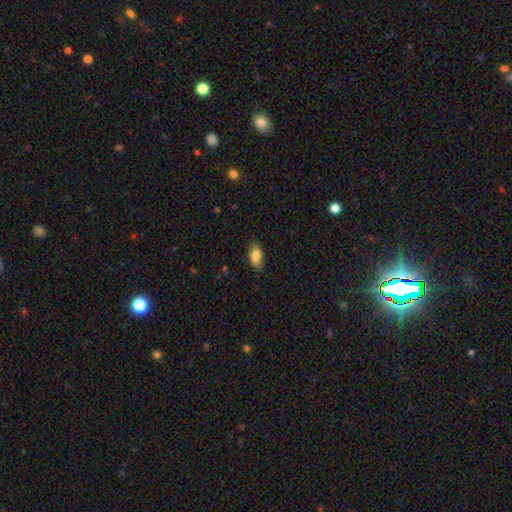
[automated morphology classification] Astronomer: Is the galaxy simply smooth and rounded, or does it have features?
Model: smooth — 83%.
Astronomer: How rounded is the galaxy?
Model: in between — 89%.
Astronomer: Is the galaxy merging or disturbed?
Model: none — 84%.